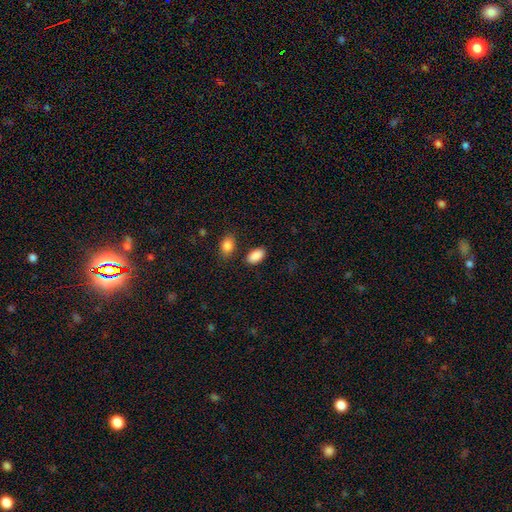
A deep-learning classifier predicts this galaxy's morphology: Smooth or featured?
  - smooth: 90% *
  - star or artifact: 7%
  - featured or disk: 3%
How rounded?
  - in between: 93% *
  - round: 5%
  - cigar-shaped: 2%
Merging?
  - none: 83% *
  - minor disturbance: 10%
  - merger: 5%
  - major disturbance: 3%